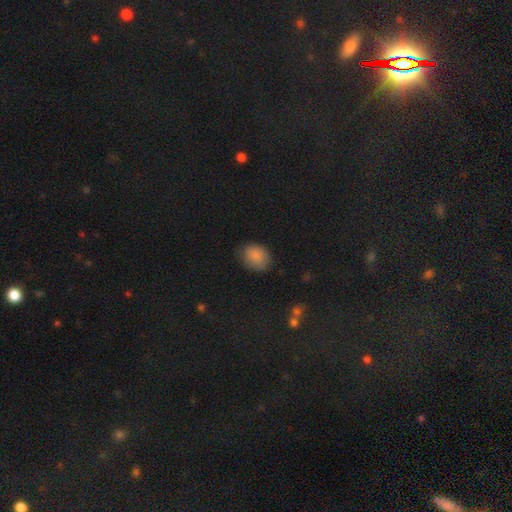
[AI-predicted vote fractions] This appears to be a smooth galaxy with no disk features (86%) that is round (50%). Merging: none (75%).